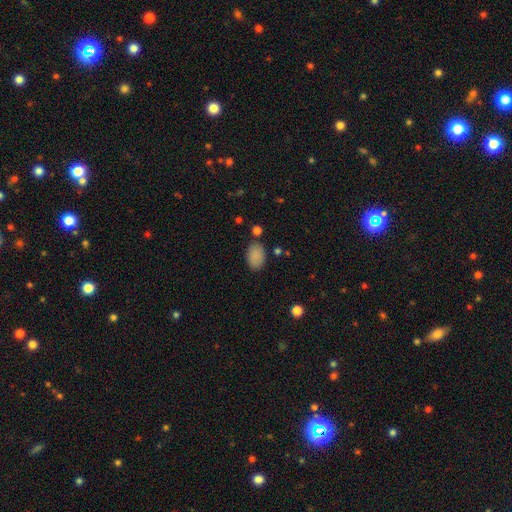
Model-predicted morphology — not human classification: The model was most divided on "merging": none: 79%, minor disturbance: 13%, merger: 4%, major disturbance: 4%. More confident: how rounded — in between (88%); smooth or featured — smooth (87%).